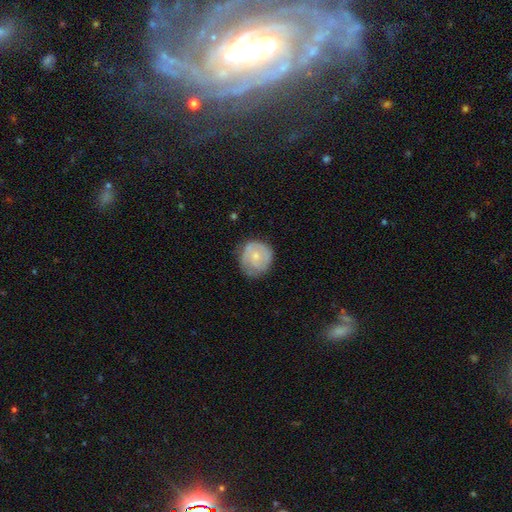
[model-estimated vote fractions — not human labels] featured or disk 49%, smooth 45%, star or artifact 6%. Down the decision tree: merging — none (68%).